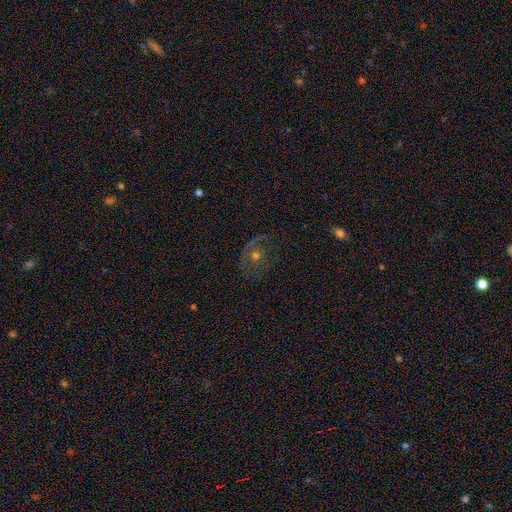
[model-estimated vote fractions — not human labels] Morphology: type=featured or disk (51%); edge-on=no (96%); merging=none (59%).